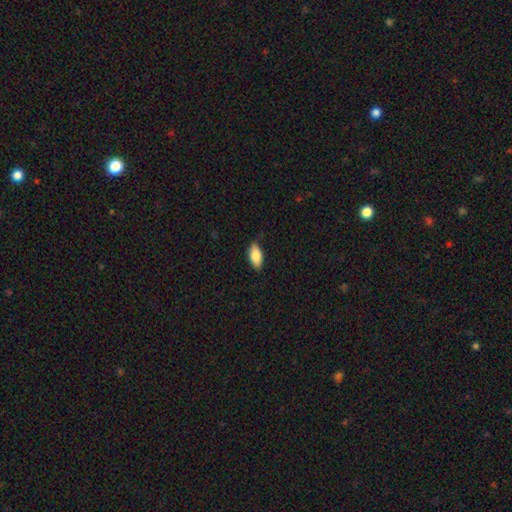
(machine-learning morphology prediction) Smooth or featured? smooth (84%)
How rounded? in between (89%)
Merging? none (80%)